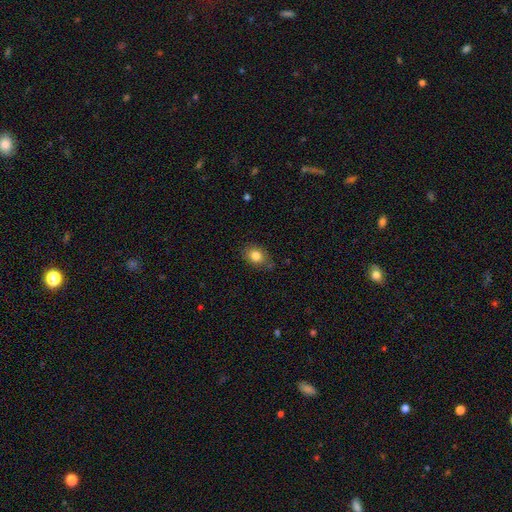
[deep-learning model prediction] A smooth galaxy with no disk features (82%) that is in between round and cigar-shaped (62%).

Vote fractions:
- Smooth or featured? smooth: 82% / star or artifact: 10% / featured or disk: 8%
- How rounded? in between: 62% / round: 36% / cigar-shaped: 1%
- Merging? none: 74% / minor disturbance: 20% / major disturbance: 4% / merger: 2%